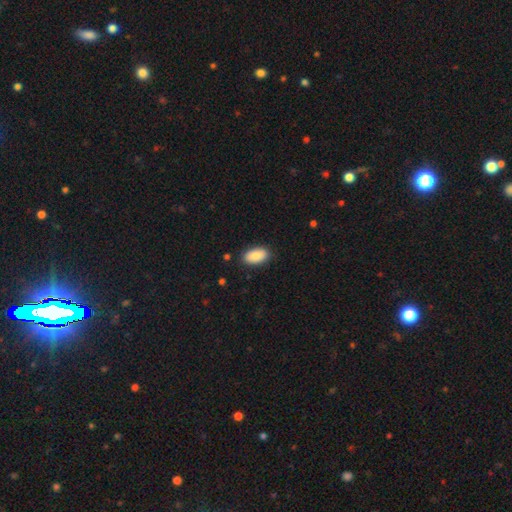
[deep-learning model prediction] Morphology: type=smooth (86%); roundness=in between (95%); merging=none (87%).